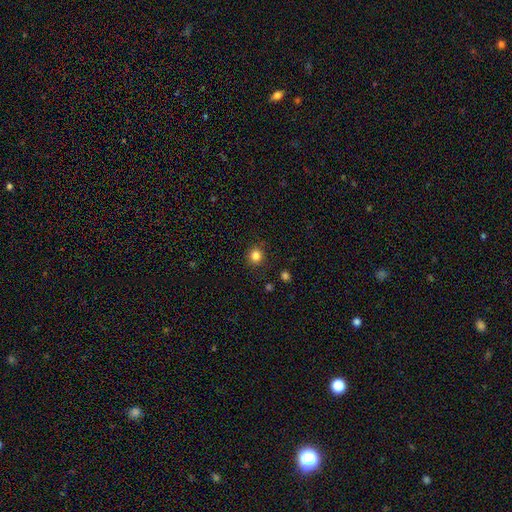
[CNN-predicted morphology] Smooth or featured? smooth (83%)
How rounded? round (89%)
Merging? none (89%)